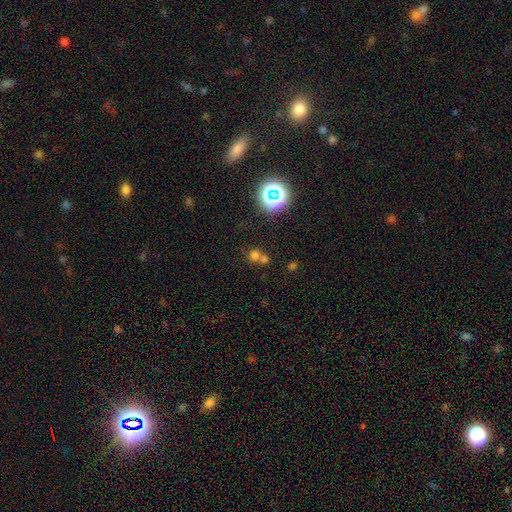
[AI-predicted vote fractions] The model was most divided on "merging": merger: 48%, none: 43%, minor disturbance: 6%, major disturbance: 3%. More confident: how rounded — round (84%); smooth or featured — smooth (60%).